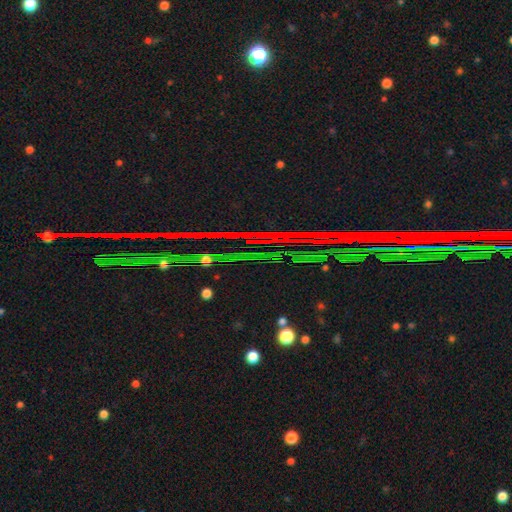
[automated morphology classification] smooth-or-featured: star or artifact: 85% | featured or disk: 9% | smooth: 7%